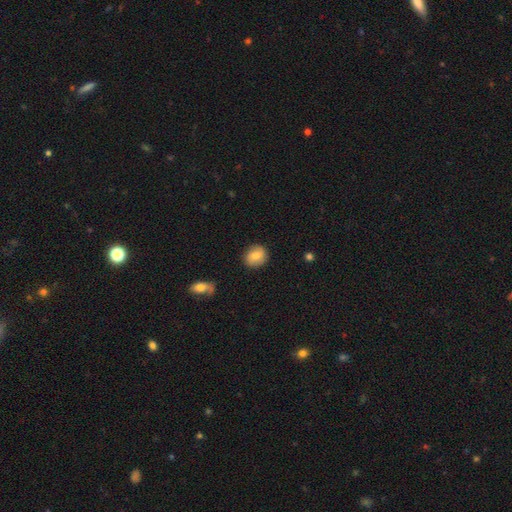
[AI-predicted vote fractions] Overall: smooth (78%). How rounded: round (72%). Merging: none (86%).